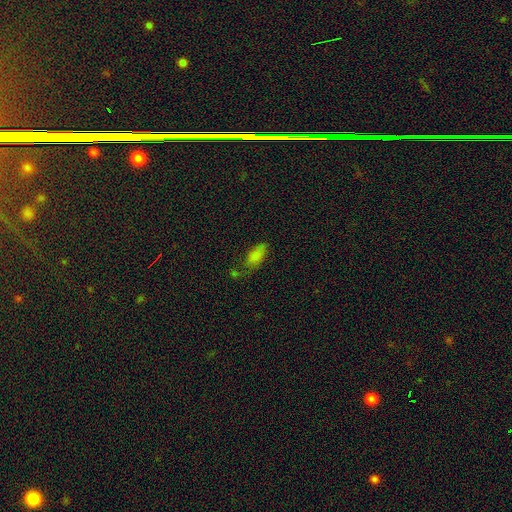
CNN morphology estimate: This appears to be a smooth galaxy with no disk features (80%) that is in between round and cigar-shaped (89%). Merging: none (49%).